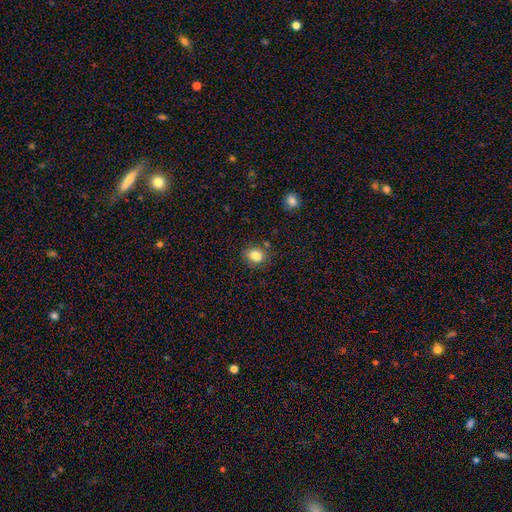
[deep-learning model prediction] A smooth galaxy with no disk features (83%) that is in between round and cigar-shaped (55%). Merging: none (78%).